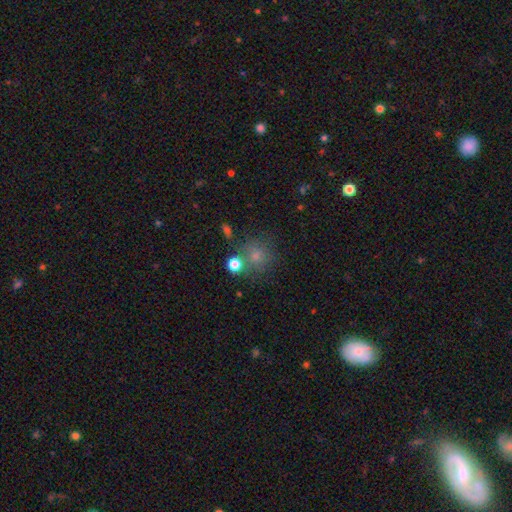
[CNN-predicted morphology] Smooth or featured: smooth — 64% (star or artifact — 25%)
How rounded: round — 90% (in between — 9%)
Merging: none — 74% (merger — 11%)